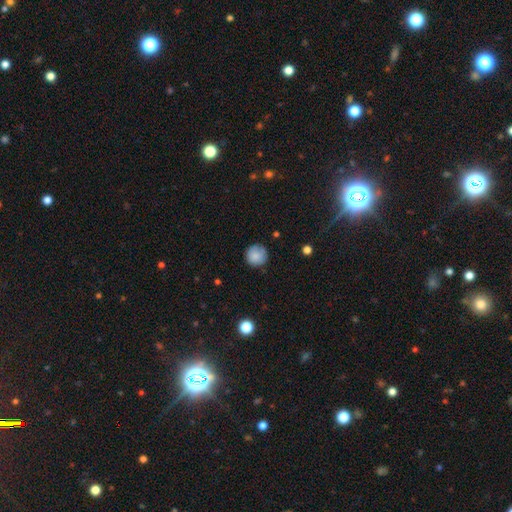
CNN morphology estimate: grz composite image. It shows a smooth galaxy with no disk features (84%) that is round (94%). Merging: none (81%).